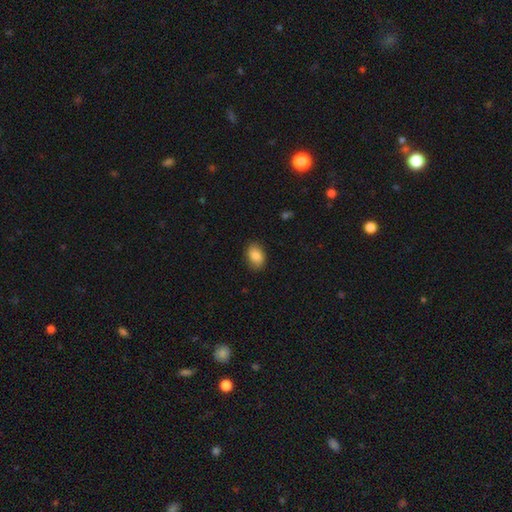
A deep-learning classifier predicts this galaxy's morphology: Smooth or featured?
  - smooth: 87% *
  - star or artifact: 7%
  - featured or disk: 6%
How rounded?
  - in between: 84% *
  - round: 14%
  - cigar-shaped: 1%
Merging?
  - none: 85% *
  - minor disturbance: 11%
  - major disturbance: 3%
  - merger: 1%